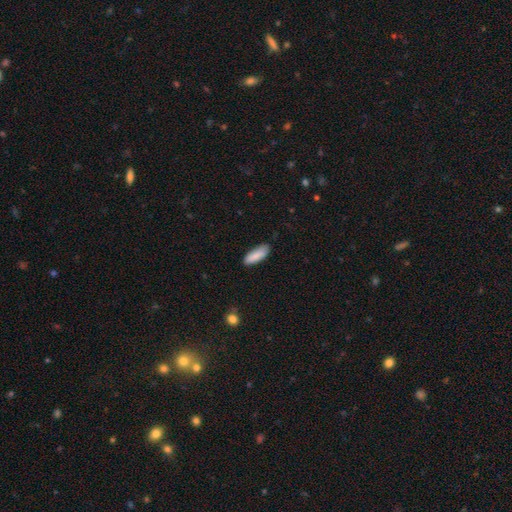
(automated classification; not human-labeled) A smooth galaxy with no disk features (88%) that is in between round and cigar-shaped (64%).

Vote fractions:
- Smooth or featured? smooth: 88% / featured or disk: 6% / star or artifact: 6%
- How rounded? in between: 64% / cigar-shaped: 35% / round: 1%
- Merging? none: 82% / minor disturbance: 15% / major disturbance: 2% / merger: 1%